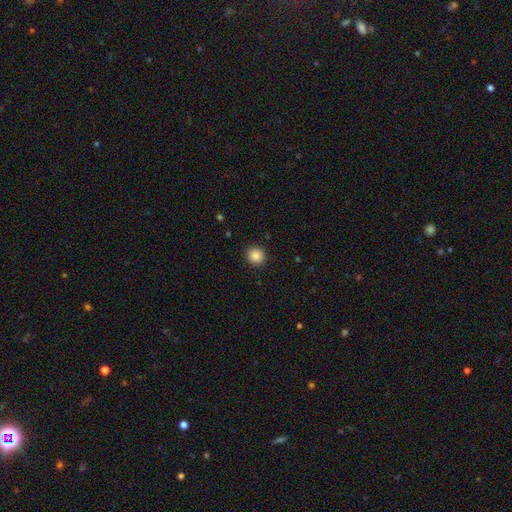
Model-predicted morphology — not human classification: Smooth or featured: smooth — 87% (star or artifact — 10%)
How rounded: round — 90% (in between — 9%)
Merging: none — 91% (minor disturbance — 6%)